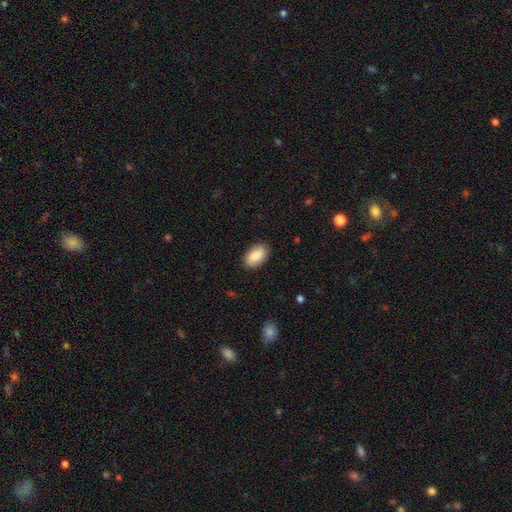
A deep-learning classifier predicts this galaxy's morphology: The model was most divided on "smooth or featured": smooth: 86%, featured or disk: 8%, star or artifact: 6%. More confident: how rounded — in between (94%); merging — none (88%).